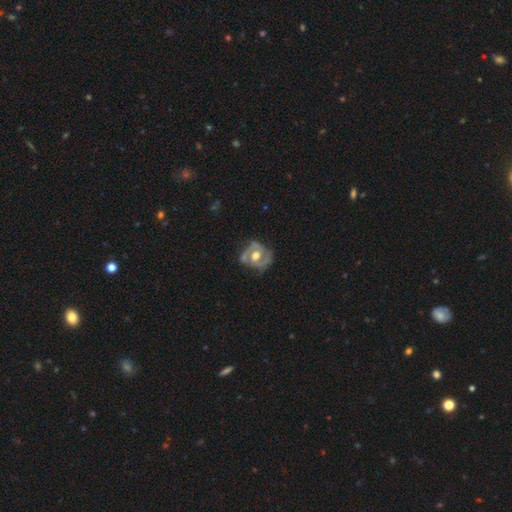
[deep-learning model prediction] The model was most divided on "spiral winding": medium: 45%, tight: 36%, loose: 19%. More confident: edge-on disk — no (97%); spiral arms — yes (78%); smooth or featured — featured or disk (76%); spiral arm count — 2 (73%); bulge size — moderate (68%); merging — none (57%); bar — no (51%).